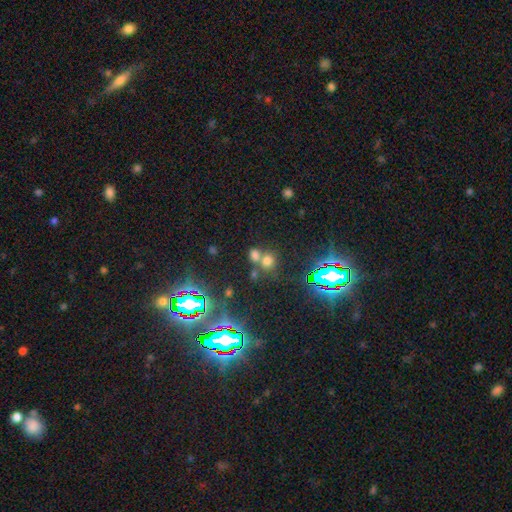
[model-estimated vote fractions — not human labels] The model was most divided on "merging": none: 46%, merger: 42%, minor disturbance: 7%, major disturbance: 4%. More confident: how rounded — round (72%); smooth or featured — smooth (56%).